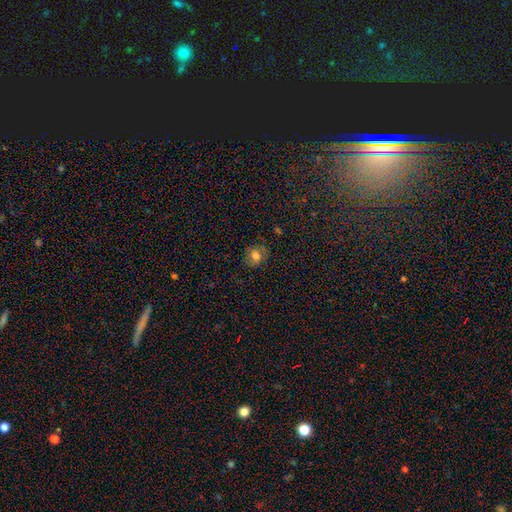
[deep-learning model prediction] Smooth or featured? smooth (75%)
How rounded? round (77%)
Merging? none (81%)